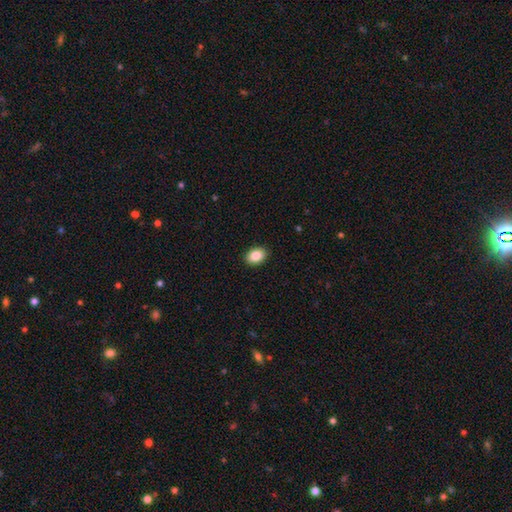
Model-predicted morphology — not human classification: Smooth or featured: smooth — 87% (star or artifact — 8%)
How rounded: in between — 81% (round — 18%)
Merging: none — 91% (minor disturbance — 7%)